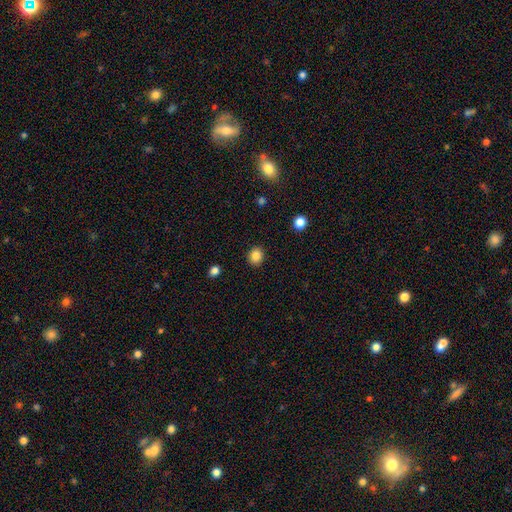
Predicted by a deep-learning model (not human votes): Smooth or featured? Predicted: smooth (p=0.85). How rounded? Predicted: round (p=0.74). Merging? Predicted: none (p=0.91).